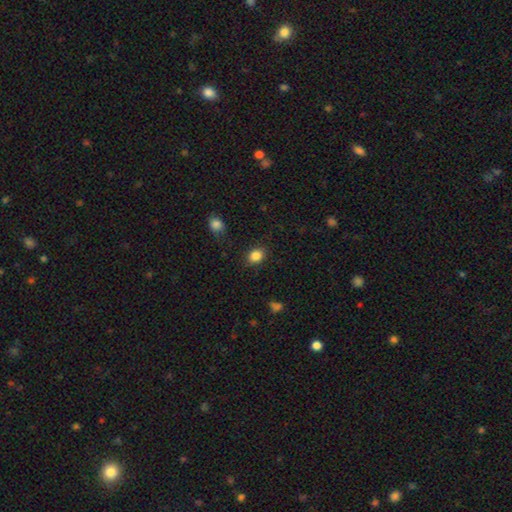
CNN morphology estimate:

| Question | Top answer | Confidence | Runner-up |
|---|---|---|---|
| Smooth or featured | smooth | 85% | star or artifact (10%) |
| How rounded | in between | 50% | round (49%) |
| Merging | none | 85% | minor disturbance (11%) |